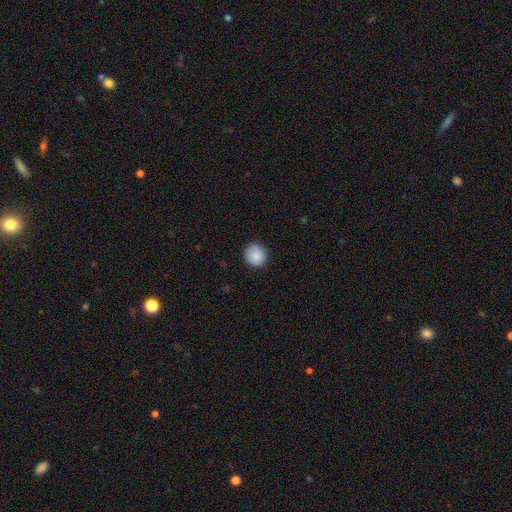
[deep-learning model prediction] This appears to be a smooth galaxy with no disk features (88%) that is round (93%). Merging: none (89%).